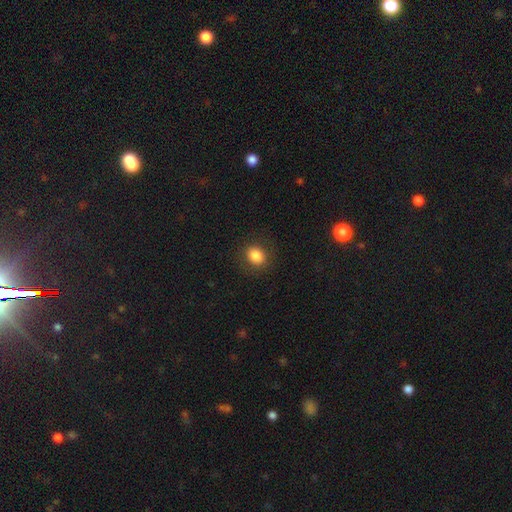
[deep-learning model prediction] smooth 85%, star or artifact 10%, featured or disk 5%. Down the decision tree: how rounded — round (54%); merging — none (86%).